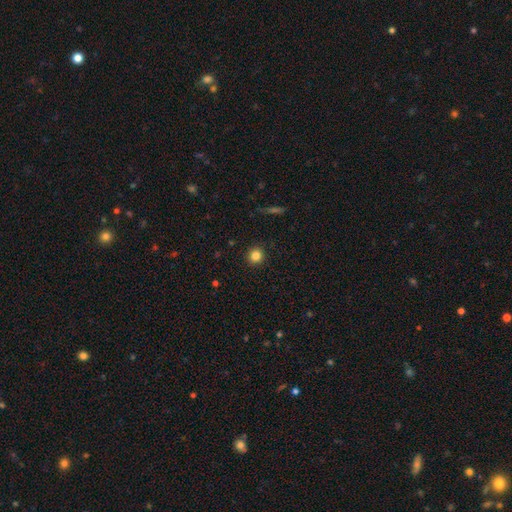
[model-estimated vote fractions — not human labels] This appears to be a smooth galaxy with no disk features (83%) that is round (93%). Merging: none (92%).